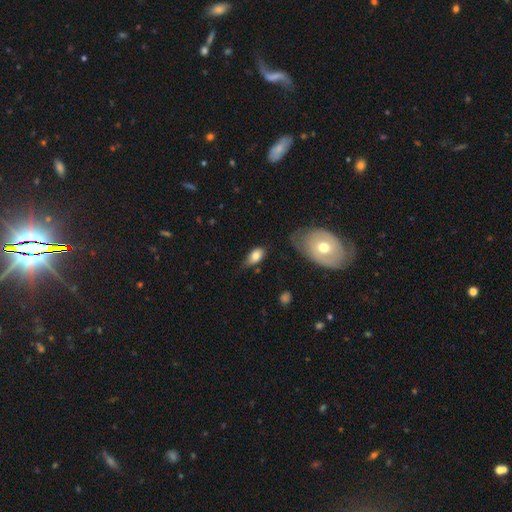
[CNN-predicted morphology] type=smooth (78%); roundness=in between (89%); merging=none (54%).